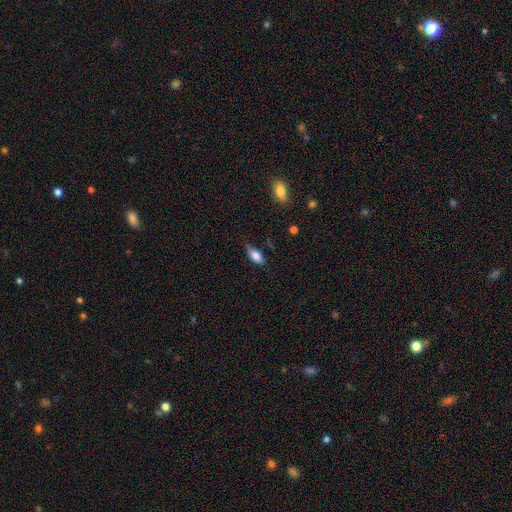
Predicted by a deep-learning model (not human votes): A smooth galaxy with no disk features (81%) that is in between round and cigar-shaped (87%). Merging: none (62%).